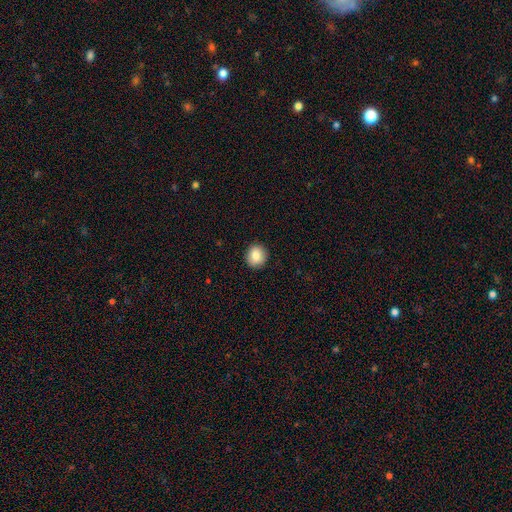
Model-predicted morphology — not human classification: Overall: smooth (86%). How rounded: round (88%). Merging: none (91%).